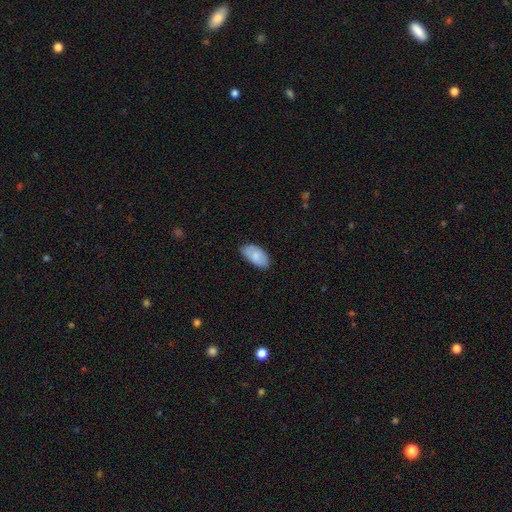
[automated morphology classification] This appears to be a smooth galaxy with no disk features (81%) that is in between round and cigar-shaped (95%). Merging: none (75%).